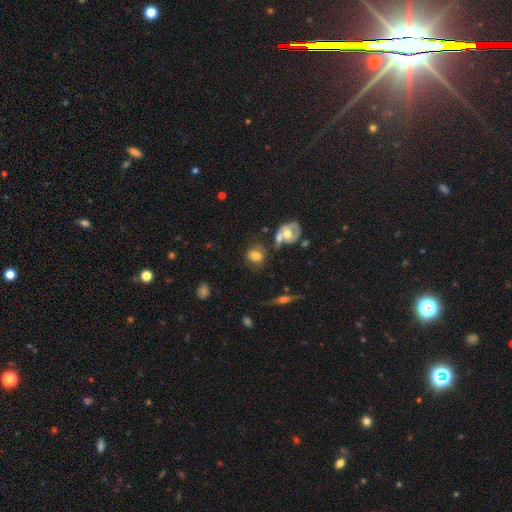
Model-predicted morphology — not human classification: Smooth or featured? Predicted: smooth (p=0.69). How rounded? Predicted: round (p=0.62). Merging? Predicted: none (p=0.55).